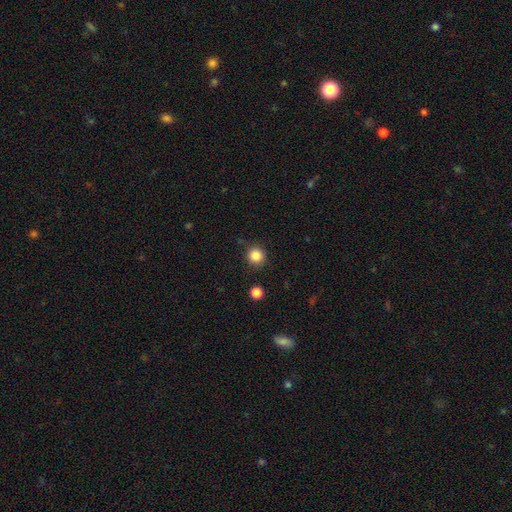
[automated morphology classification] A smooth galaxy with no disk features (86%) that is round (94%). Merging: none (86%).